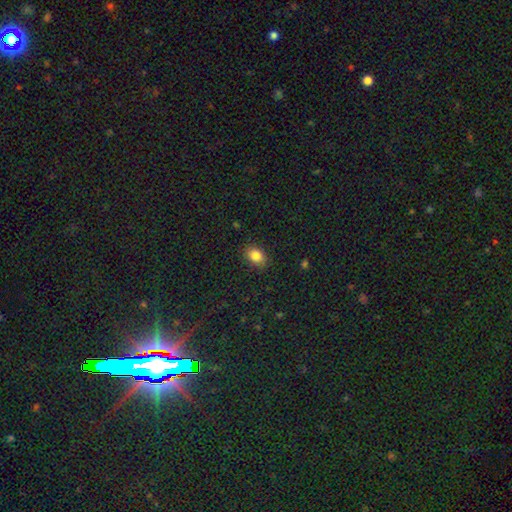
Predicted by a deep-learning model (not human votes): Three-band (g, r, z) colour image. It shows a smooth galaxy with no disk features (85%) that is in between round and cigar-shaped (75%). Merging: none (88%).